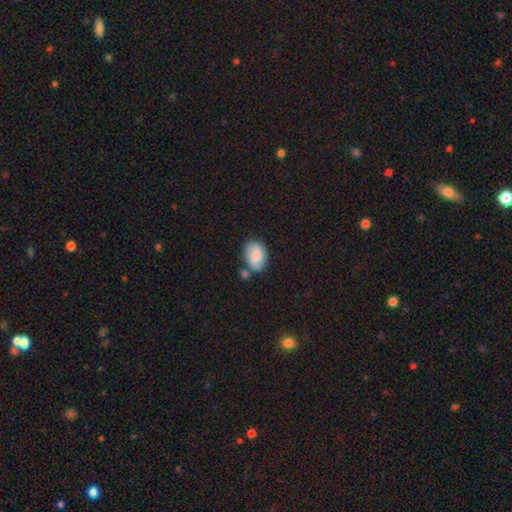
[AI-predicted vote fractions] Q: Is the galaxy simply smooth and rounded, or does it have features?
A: smooth — 79%.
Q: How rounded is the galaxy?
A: in between — 85%.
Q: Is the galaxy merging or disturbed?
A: none — 54%.